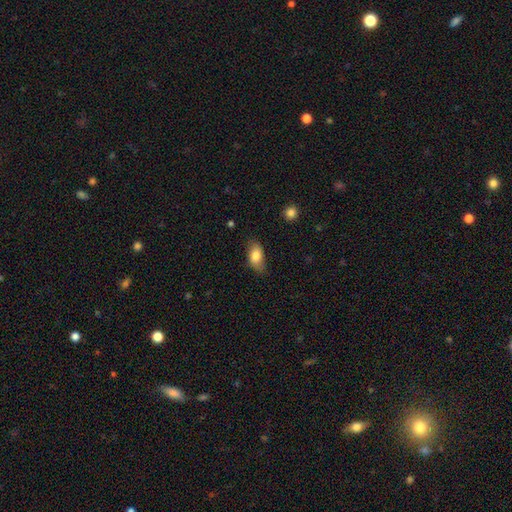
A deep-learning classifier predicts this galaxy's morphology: smooth_or_featured: smooth (p=0.81) [alt: featured or disk p=0.12]
how_rounded: in between (p=0.89) [alt: round p=0.06]
merging: none (p=0.74) [alt: minor disturbance p=0.20]